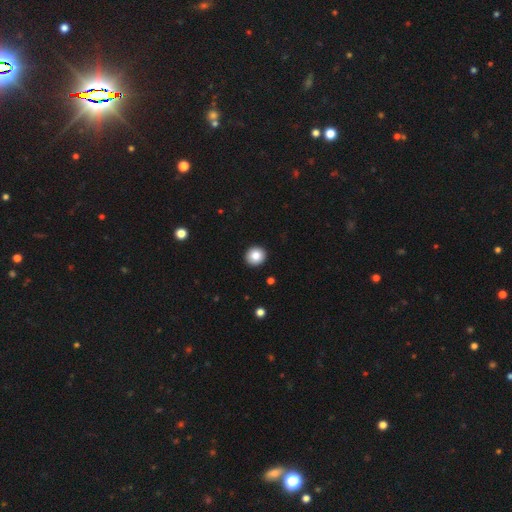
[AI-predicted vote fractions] Overall: smooth (85%). How rounded: round (91%). Merging: none (93%).